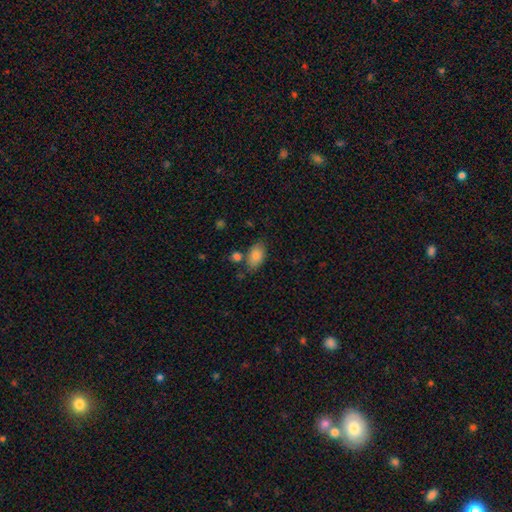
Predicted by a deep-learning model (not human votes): A smooth galaxy with no disk features (84%) that is in between round and cigar-shaped (90%). Merging: none (68%).